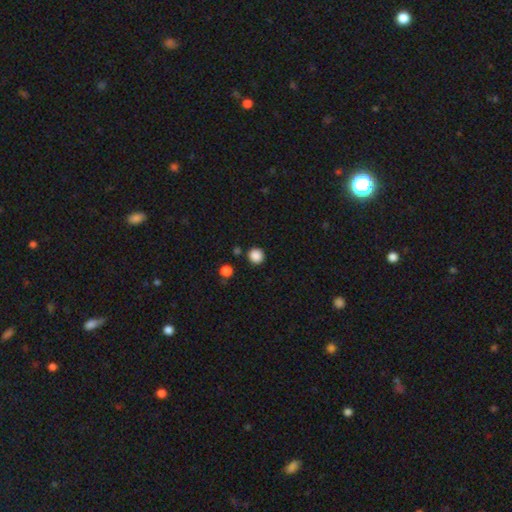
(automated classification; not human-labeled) smooth_or_featured: smooth (p=0.87) [alt: star or artifact p=0.11]
how_rounded: round (p=0.94) [alt: in between p=0.05]
merging: none (p=0.88) [alt: minor disturbance p=0.06]